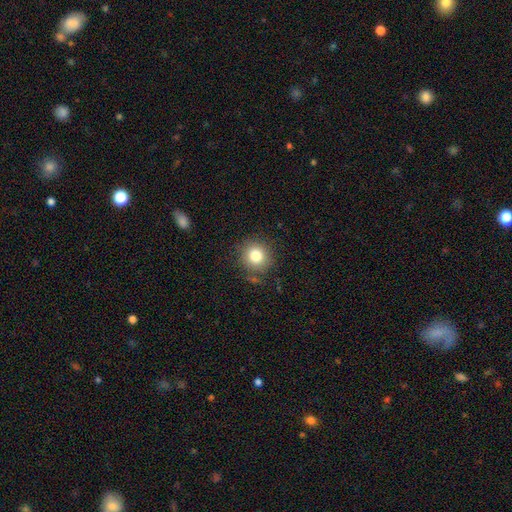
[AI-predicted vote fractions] Smooth or featured: smooth — 81% (star or artifact — 12%)
How rounded: round — 89% (in between — 10%)
Merging: none — 83% (minor disturbance — 11%)